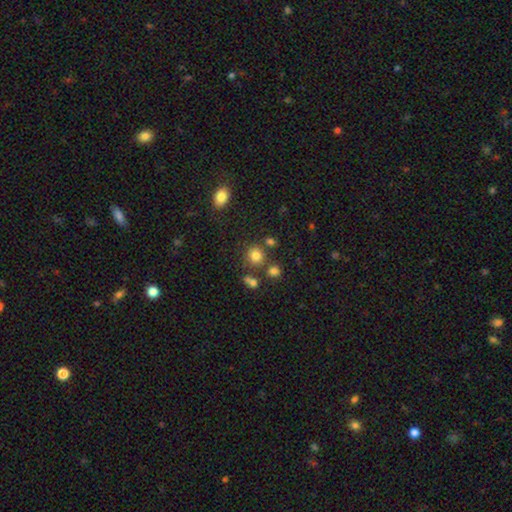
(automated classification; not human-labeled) Q: Smooth or featured?
A: smooth (79%); runner-up: star or artifact (14%)
Q: How rounded?
A: round (85%); runner-up: in between (14%)
Q: Merging?
A: none (76%); runner-up: merger (10%)